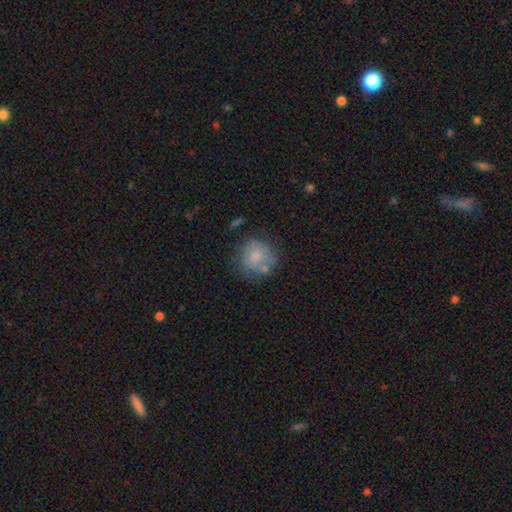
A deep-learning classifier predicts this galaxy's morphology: smooth-or-featured: smooth: 76% | featured or disk: 16% | star or artifact: 8%
  how-rounded: round: 89% | in between: 10% | cigar-shaped: 1%
  merging: none: 63% | minor disturbance: 20% | merger: 8% | major disturbance: 8%